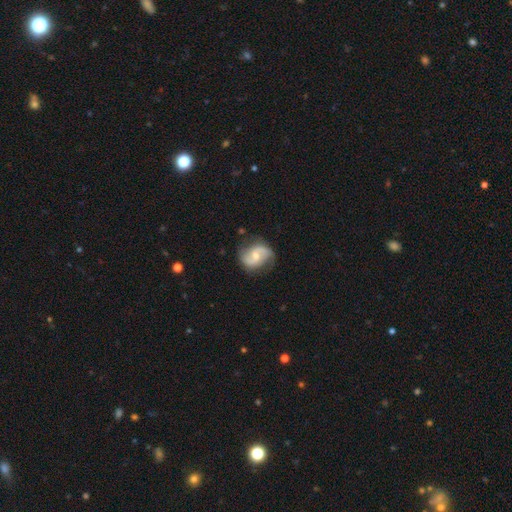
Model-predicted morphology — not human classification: A featured or disk galaxy (78%) with no bar (44%, tied with weak), 2 (90%) medium (43%) spiral arms (94%) and a moderate central bulge (49%).

Vote fractions:
- Smooth or featured? featured or disk: 78% / smooth: 16% / star or artifact: 6%
- Edge-on disk? no: 98% / yes: 2%
- Bar? no: 44% (tied) / weak: 44% (tied) / strong: 12%
- Spiral arms? yes: 94% / no: 6%
- Spiral winding? medium: 43% / loose: 41% / tight: 16%
- Spiral arm count? 2: 90% / can't tell: 5% / 1: 2% / 3: 1% / 4: 1% / more than 4: 1%
- Bulge size? moderate: 49% / small: 45% / none: 3% / large: 2% / dominant: 1%
- Merging? none: 75% / minor disturbance: 18% / major disturbance: 6% / merger: 2%